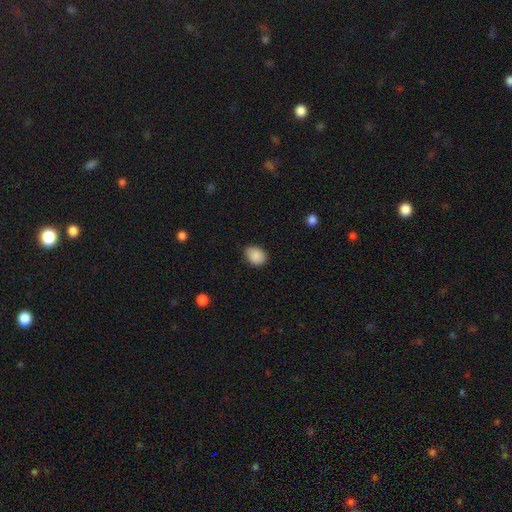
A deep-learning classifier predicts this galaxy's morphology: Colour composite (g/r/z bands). It shows a smooth galaxy with no disk features (89%) that is in between round and cigar-shaped (61%). Merging: none (76%).